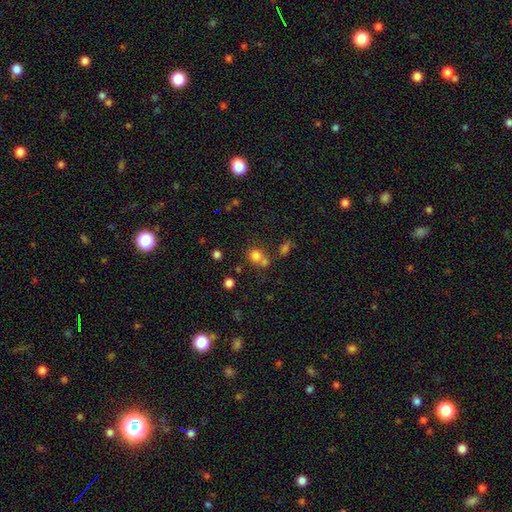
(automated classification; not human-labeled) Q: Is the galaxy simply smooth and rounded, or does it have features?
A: smooth — 76%.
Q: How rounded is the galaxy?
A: round — 78%.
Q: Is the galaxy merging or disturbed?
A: none — 47%.